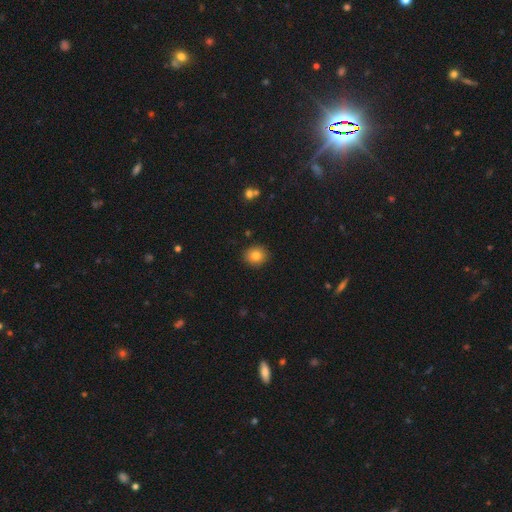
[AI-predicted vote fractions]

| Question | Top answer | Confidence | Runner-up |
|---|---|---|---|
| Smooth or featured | smooth | 82% | star or artifact (10%) |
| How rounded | round | 82% | in between (17%) |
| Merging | none | 91% | minor disturbance (6%) |